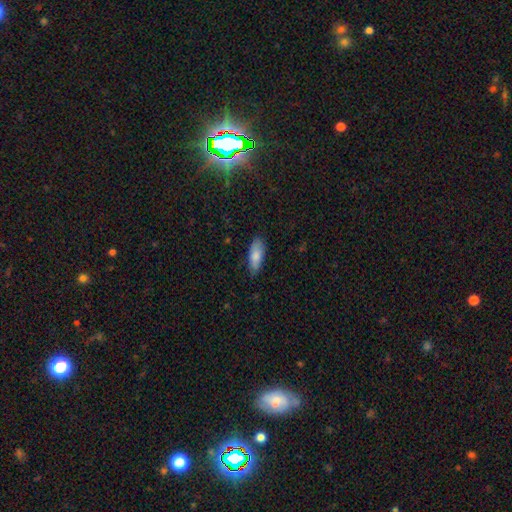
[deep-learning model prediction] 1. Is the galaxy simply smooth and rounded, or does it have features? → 82% smooth, 12% featured or disk, 6% star or artifact.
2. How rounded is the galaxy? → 76% in between, 23% cigar-shaped, 2% round.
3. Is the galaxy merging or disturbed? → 80% none, 16% minor disturbance, 3% major disturbance, 1% merger.